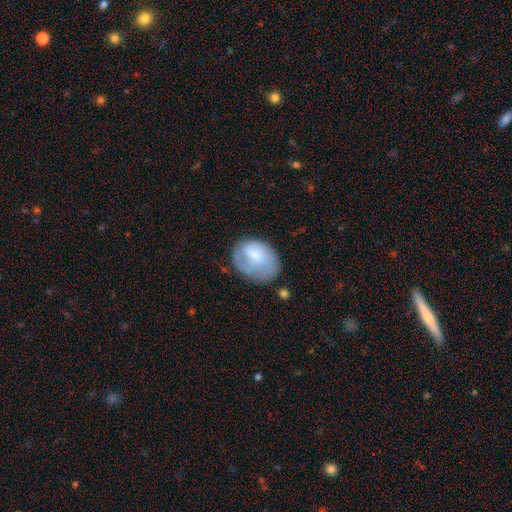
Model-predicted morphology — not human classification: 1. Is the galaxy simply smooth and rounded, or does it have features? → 67% smooth, 26% featured or disk, 7% star or artifact.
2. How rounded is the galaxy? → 70% in between, 29% round, 1% cigar-shaped.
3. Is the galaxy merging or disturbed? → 54% none, 28% minor disturbance, 15% major disturbance, 3% merger.